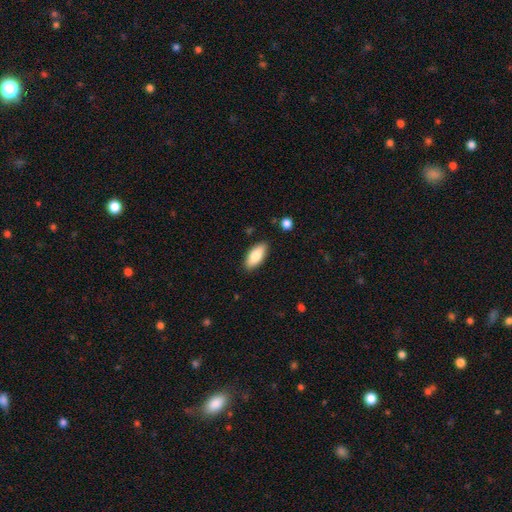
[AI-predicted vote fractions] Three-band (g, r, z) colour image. It shows a smooth galaxy with no disk features (82%) that is in between round and cigar-shaped (86%). Merging: none (88%).